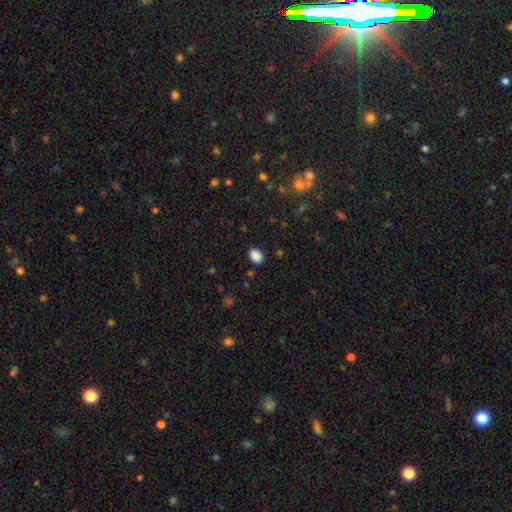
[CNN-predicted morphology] smooth-or-featured: smooth: 88% | star or artifact: 10% | featured or disk: 3%
  how-rounded: in between: 60% | round: 39% | cigar-shaped: 1%
  merging: none: 87% | minor disturbance: 9% | major disturbance: 2% | merger: 1%